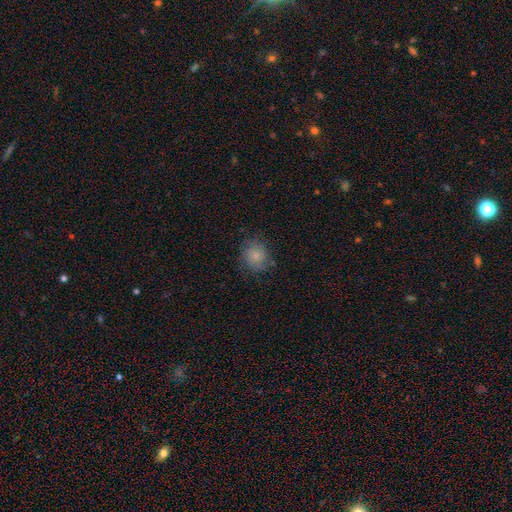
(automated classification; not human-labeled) Smooth or featured? Predicted: smooth (p=0.78). How rounded? Predicted: round (p=0.74). Merging? Predicted: none (p=0.74).